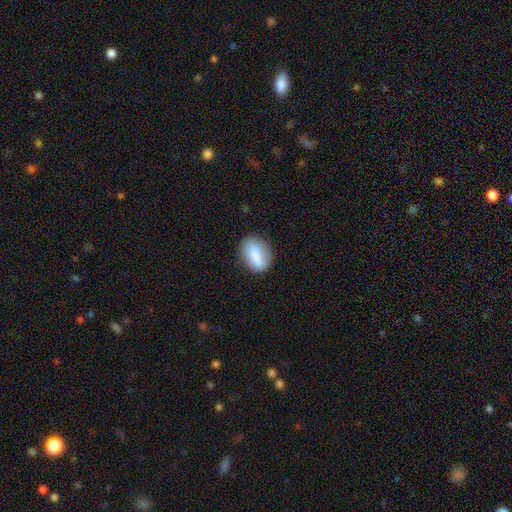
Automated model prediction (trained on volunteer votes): This is likely a smooth galaxy (79%). How rounded: likely in between (75%). Merging: likely none (73%).